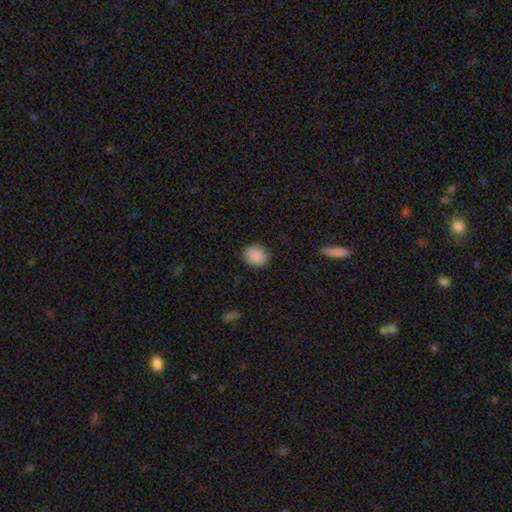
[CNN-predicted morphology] Smooth or featured?
  - smooth: 89% *
  - star or artifact: 8%
  - featured or disk: 3%
How rounded?
  - round: 60% *
  - in between: 39%
  - cigar-shaped: 1%
Merging?
  - none: 88% *
  - minor disturbance: 9%
  - major disturbance: 2%
  - merger: 1%